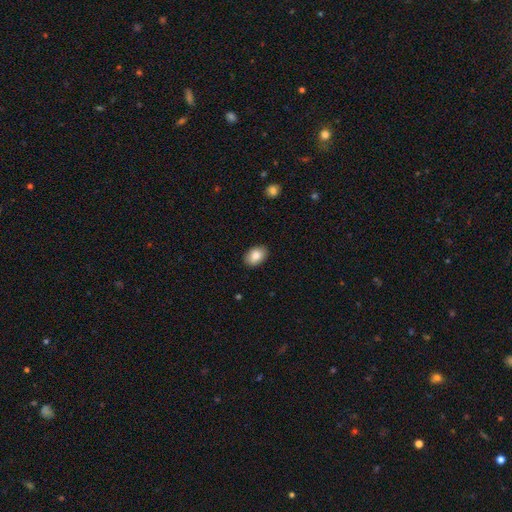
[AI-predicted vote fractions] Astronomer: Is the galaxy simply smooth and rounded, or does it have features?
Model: smooth — 86%.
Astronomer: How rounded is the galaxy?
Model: in between — 85%.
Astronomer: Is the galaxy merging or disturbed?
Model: none — 88%.